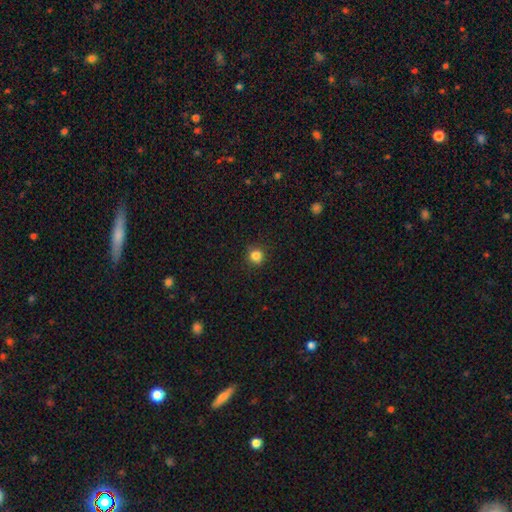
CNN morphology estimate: A smooth galaxy with no disk features (84%) that is round (92%). Merging: none (90%).